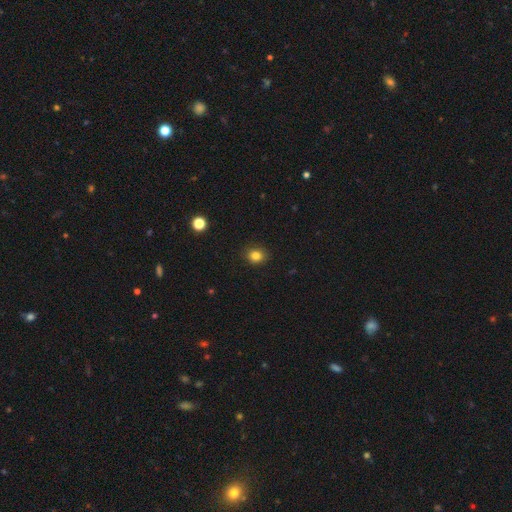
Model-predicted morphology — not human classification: A smooth galaxy with no disk features (83%) that is round (70%). Merging: none (89%).